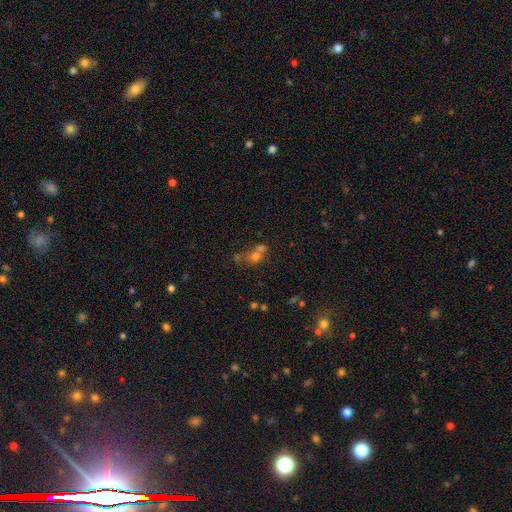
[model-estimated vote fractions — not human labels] This is possibly a smooth galaxy (59%). How rounded: likely round (77%). Merging: possibly merger (51%).